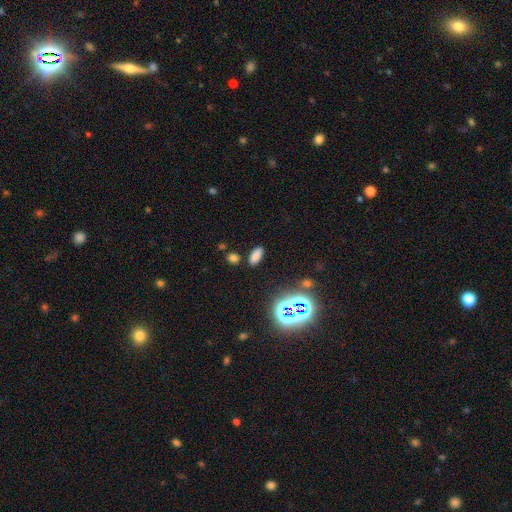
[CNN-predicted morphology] smooth_or_featured: smooth (p=0.73) [alt: star or artifact p=0.21]
how_rounded: in between (p=0.84) [alt: cigar-shaped p=0.11]
merging: none (p=0.86) [alt: minor disturbance p=0.08]